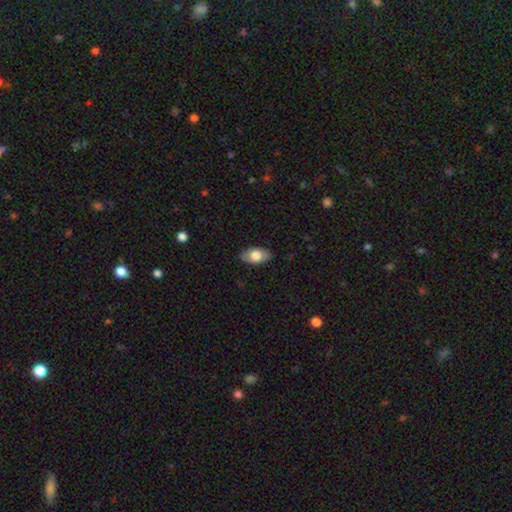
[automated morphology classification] Overall: smooth (74%). How rounded: in between (93%). Merging: none (86%).